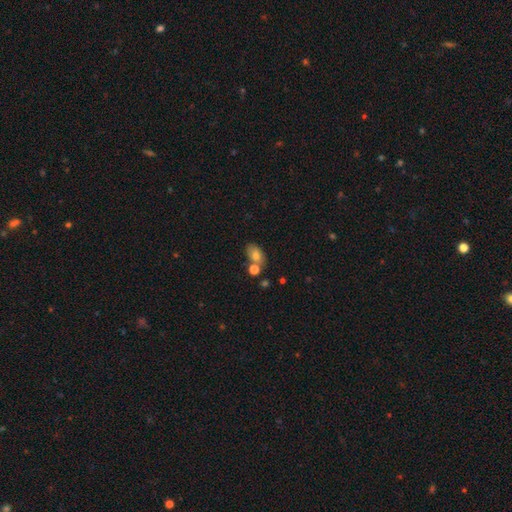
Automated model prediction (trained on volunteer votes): This is likely a smooth galaxy (74%). How rounded: clearly in between (82%). Merging: possibly none (56%).